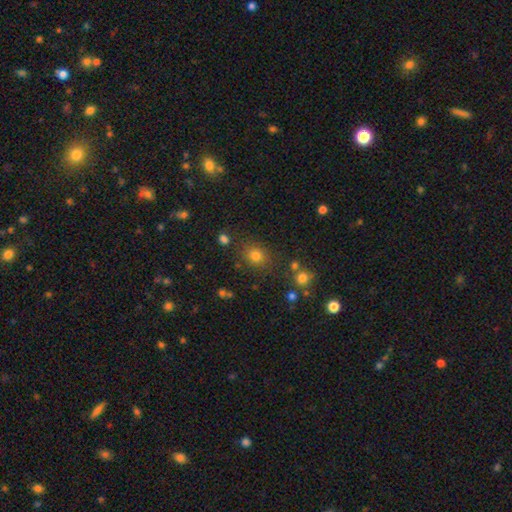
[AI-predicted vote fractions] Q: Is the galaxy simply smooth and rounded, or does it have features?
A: smooth — 76%.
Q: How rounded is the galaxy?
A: round — 72%.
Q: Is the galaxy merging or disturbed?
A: none — 78%.